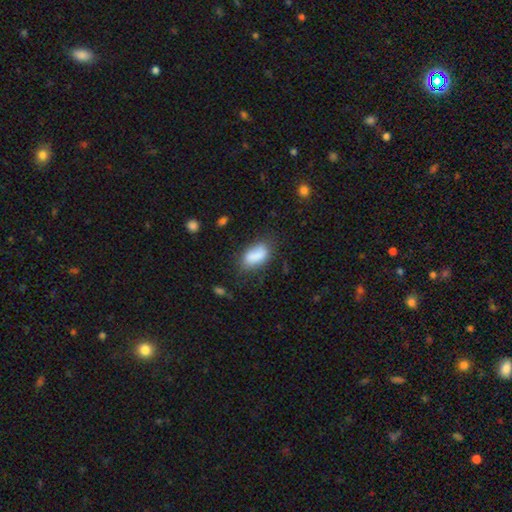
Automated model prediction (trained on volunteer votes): Overall: smooth (81%). How rounded: in between (89%). Merging: none (58%; minor disturbance 25%).